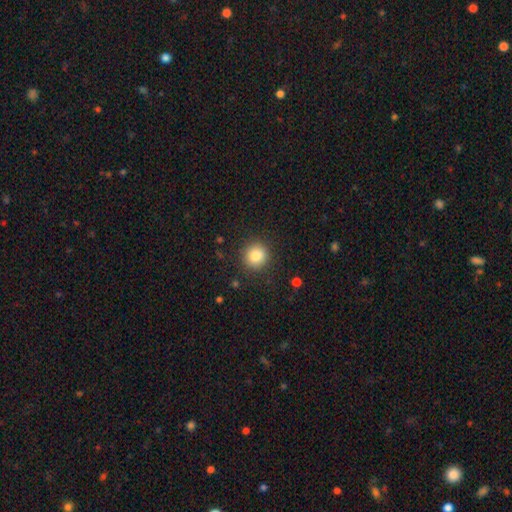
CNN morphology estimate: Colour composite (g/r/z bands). It shows a smooth galaxy with no disk features (84%) that is round (91%). Merging: none (89%).